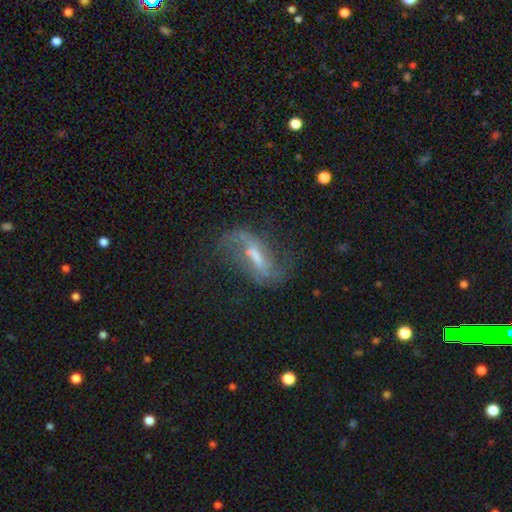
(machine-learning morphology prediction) Smooth or featured: featured or disk — 78% (smooth — 13%)
Edge-on disk: no — 92% (yes — 8%)
Bar: weak — 44% (strong — 43%)
Spiral arms: yes — 91% (no — 9%)
Spiral winding: loose — 75% (medium — 19%)
Spiral arm count: 2 — 87% (can't tell — 5%)
Bulge size: moderate — 37% (small — 32%)
Merging: none — 57% (minor disturbance — 20%)